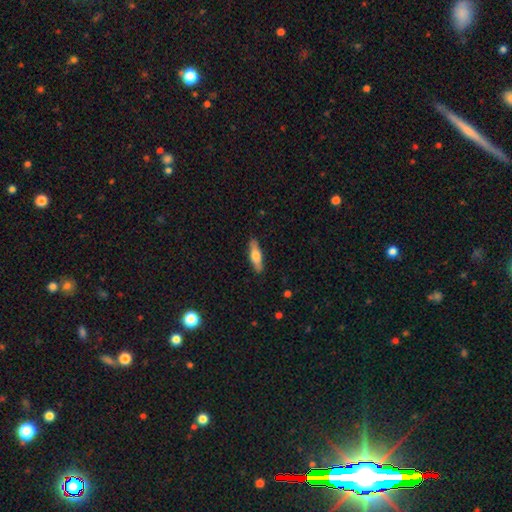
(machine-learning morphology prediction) This appears to be a smooth galaxy with no disk features (60%) that is cigar-shaped (59%). Merging: none (89%).